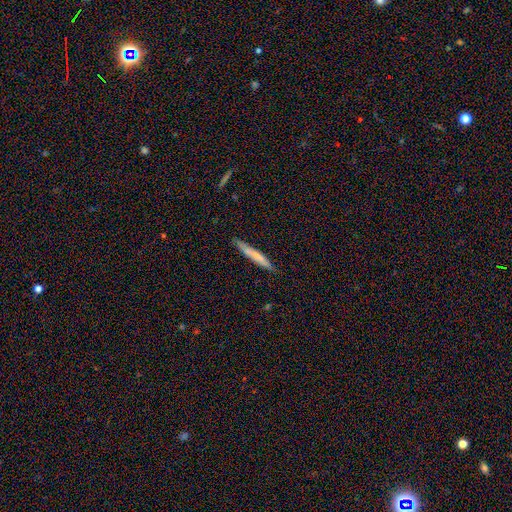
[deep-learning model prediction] smooth 67%, featured or disk 27%, star or artifact 6%. Down the decision tree: how rounded — cigar-shaped (95%); merging — none (86%).